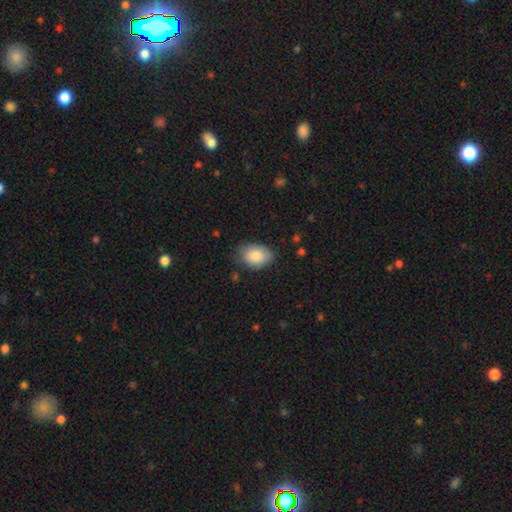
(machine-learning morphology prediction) This is clearly a smooth galaxy (86%). How rounded: clearly in between (82%). Merging: likely none (75%).